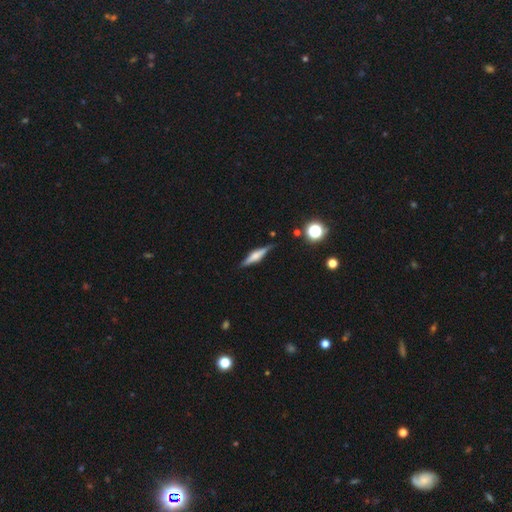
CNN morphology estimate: Smooth or featured: featured or disk — 61% (smooth — 31%)
Edge-on disk: yes — 97% (no — 3%)
Edge-on bulge: rounded — 65% (boxy — 28%)
Merging: none — 85% (minor disturbance — 11%)